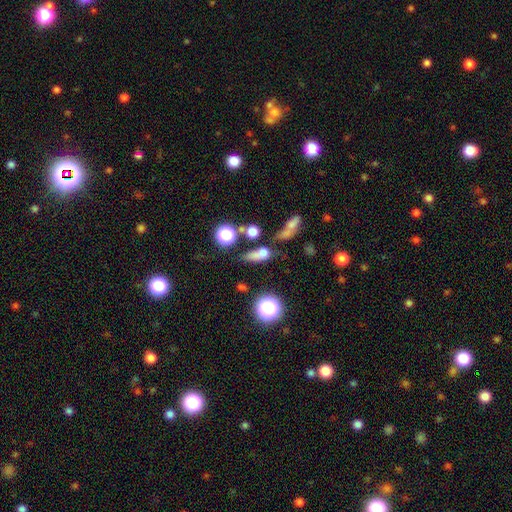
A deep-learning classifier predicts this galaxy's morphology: smooth-or-featured: smooth: 61% | star or artifact: 20% | featured or disk: 19%
  how-rounded: in between: 50% | cigar-shaped: 26% | round: 24%
  merging: none: 44% | merger: 23% | minor disturbance: 19% | major disturbance: 14%